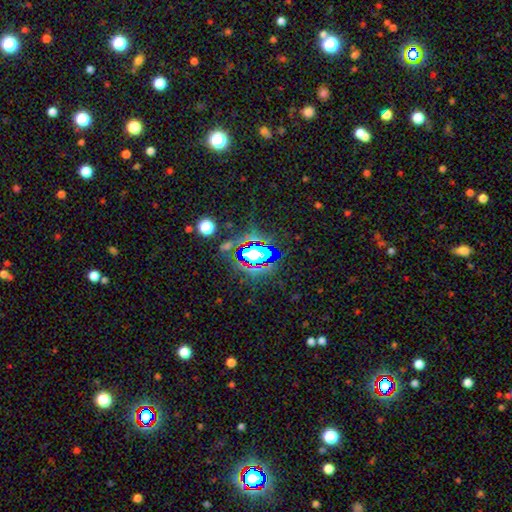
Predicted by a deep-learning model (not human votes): star or artifact 78%, smooth 12%, featured or disk 9%.